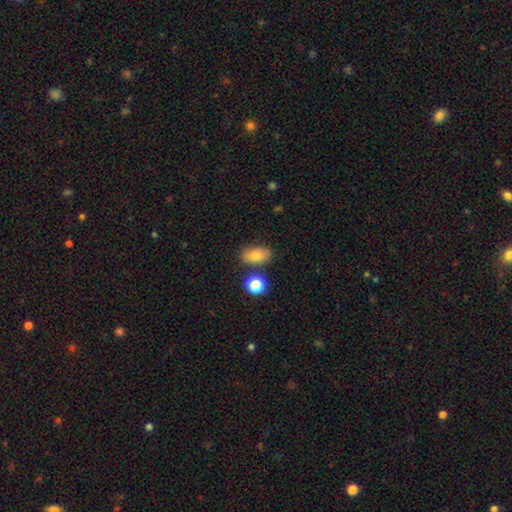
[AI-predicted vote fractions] A smooth galaxy with no disk features (78%) that is in between round and cigar-shaped (83%). Merging: none (77%).